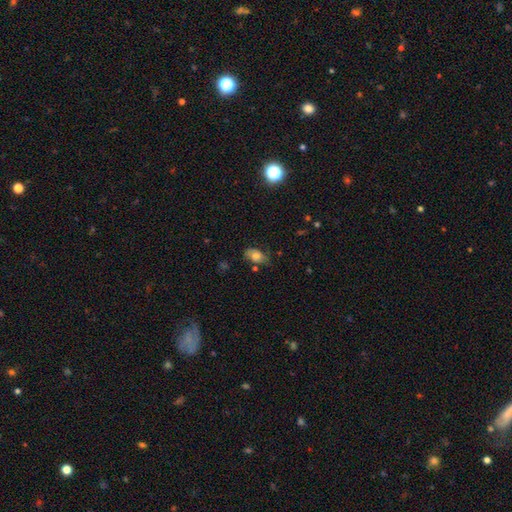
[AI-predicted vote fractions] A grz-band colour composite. It shows a smooth galaxy with no disk features (69%) that is in between round and cigar-shaped (88%). Merging: none (58%).